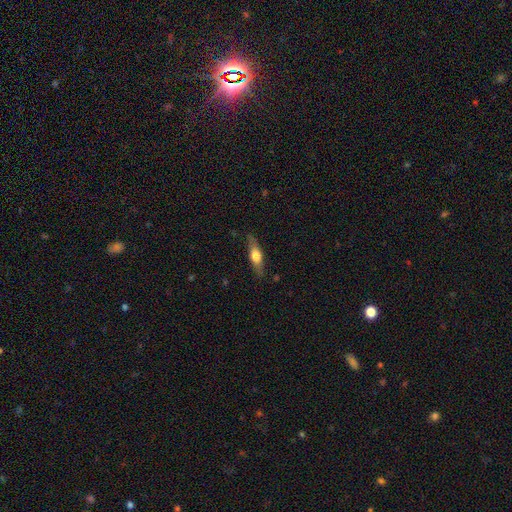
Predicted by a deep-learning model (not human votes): A smooth galaxy with no disk features (50%). Merging: none (81%).